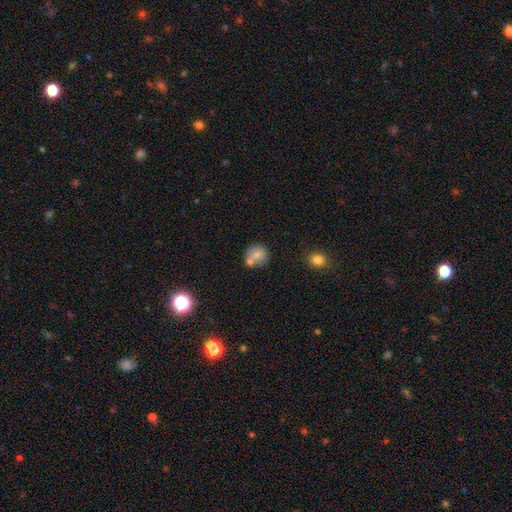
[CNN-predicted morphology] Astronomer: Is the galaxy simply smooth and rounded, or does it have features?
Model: smooth — 75%.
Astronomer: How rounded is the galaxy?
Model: round — 83%.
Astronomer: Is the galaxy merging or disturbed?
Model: none — 54% (runner-up: merger, 30%).